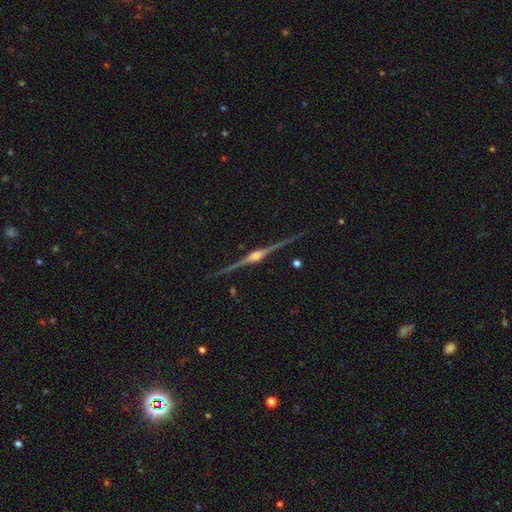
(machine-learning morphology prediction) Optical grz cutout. It shows a featured or disk galaxy (91%) viewed edge-on (99%) with a rounded central bulge (94%). Merging: none (90%).